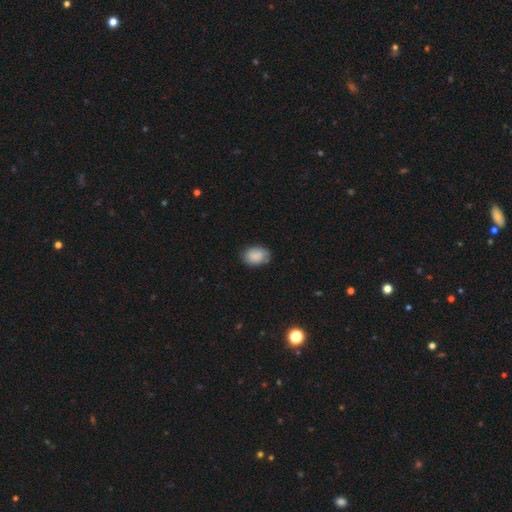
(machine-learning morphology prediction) Smooth or featured? smooth (83%)
How rounded? in between (73%)
Merging? none (76%)